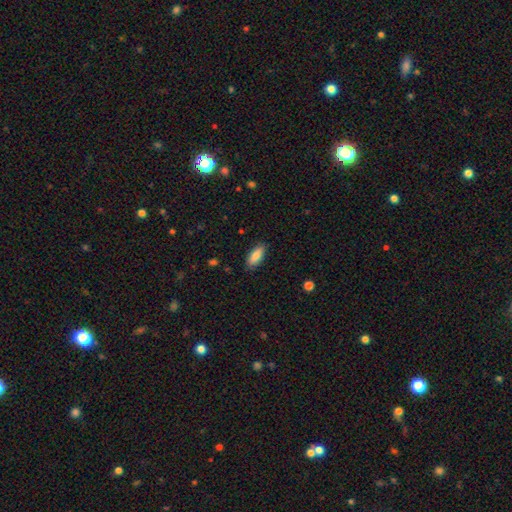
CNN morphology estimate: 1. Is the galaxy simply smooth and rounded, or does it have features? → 82% smooth, 11% featured or disk, 7% star or artifact.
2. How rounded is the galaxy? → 80% in between, 18% cigar-shaped, 2% round.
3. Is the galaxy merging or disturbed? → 86% none, 11% minor disturbance, 2% major disturbance, 1% merger.